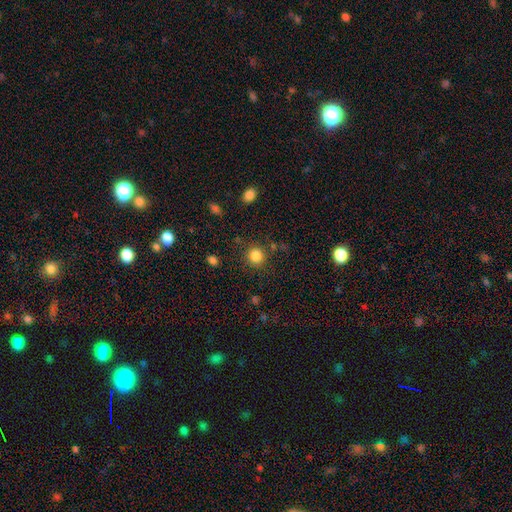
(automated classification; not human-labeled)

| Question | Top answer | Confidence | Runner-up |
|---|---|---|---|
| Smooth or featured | smooth | 84% | star or artifact (11%) |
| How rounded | round | 91% | in between (8%) |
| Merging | none | 84% | minor disturbance (8%) |